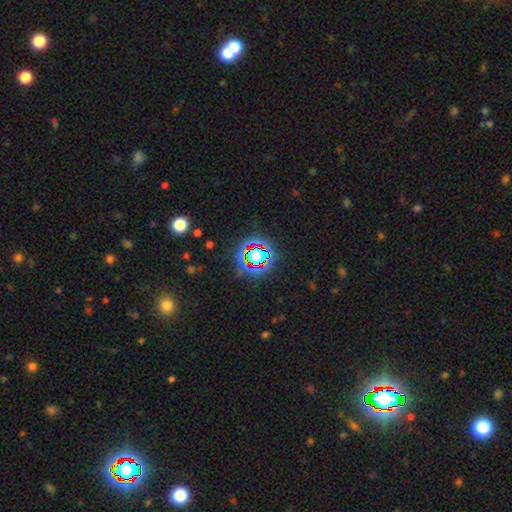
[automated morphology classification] Smooth or featured? Predicted: star or artifact (p=0.69).